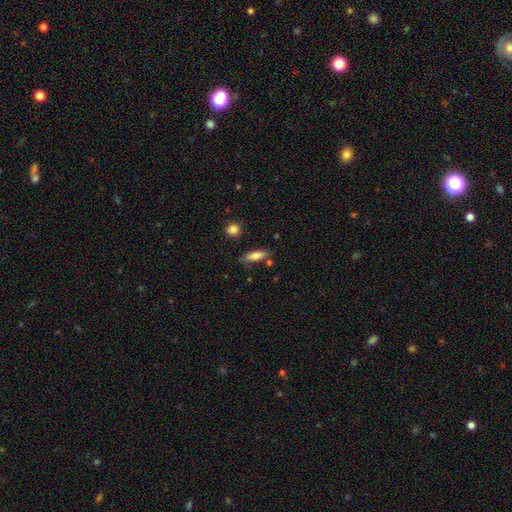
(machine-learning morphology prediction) smooth_or_featured: smooth (p=0.78) [alt: featured or disk p=0.15]
how_rounded: in between (p=0.56) [alt: cigar-shaped p=0.41]
merging: none (p=0.74) [alt: minor disturbance p=0.17]